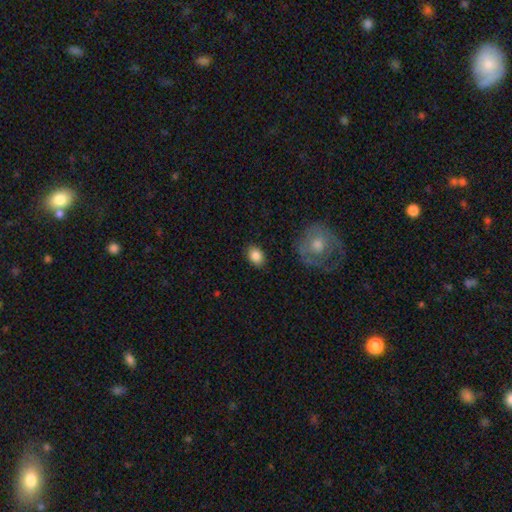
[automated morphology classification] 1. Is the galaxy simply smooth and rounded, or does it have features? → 85% smooth, 8% star or artifact, 7% featured or disk.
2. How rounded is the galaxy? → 67% in between, 32% round, 1% cigar-shaped.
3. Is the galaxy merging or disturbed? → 86% none, 10% minor disturbance, 3% major disturbance, 1% merger.